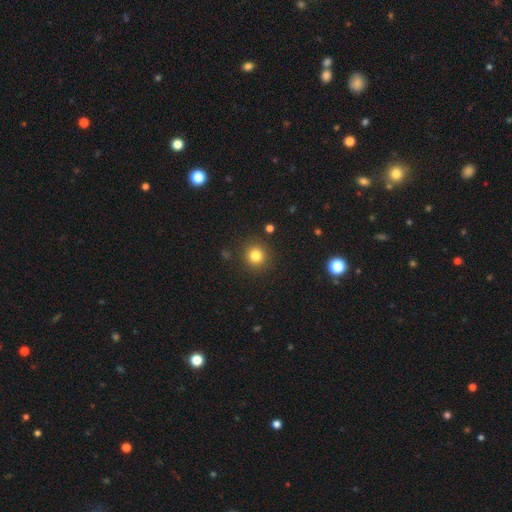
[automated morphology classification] Smooth or featured?
  - smooth: 81% *
  - star or artifact: 13%
  - featured or disk: 6%
How rounded?
  - round: 93% *
  - in between: 6%
  - cigar-shaped: 1%
Merging?
  - none: 90% *
  - minor disturbance: 6%
  - major disturbance: 2%
  - merger: 2%